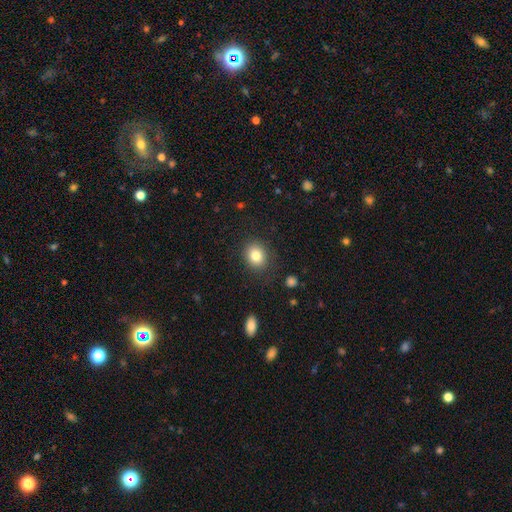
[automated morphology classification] Smooth or featured? Predicted: smooth (p=0.81). How rounded? Predicted: round (p=0.62). Merging? Predicted: none (p=0.85).